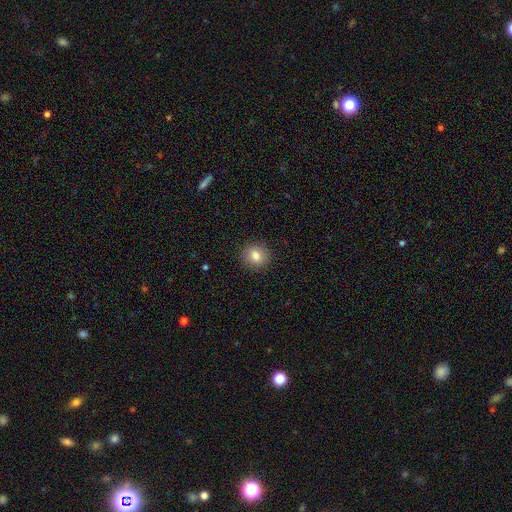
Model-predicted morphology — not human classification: Overall: smooth (82%). How rounded: round (83%). Merging: none (90%).